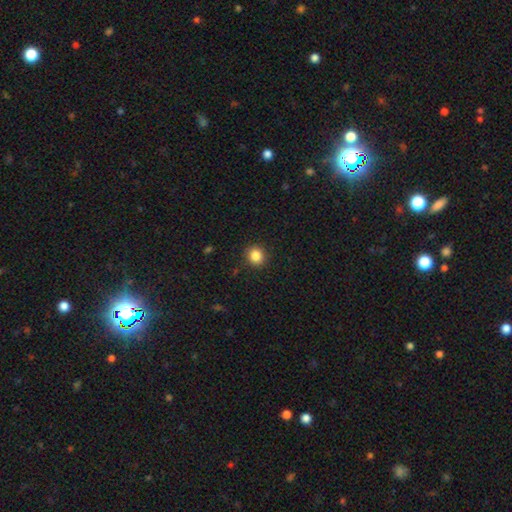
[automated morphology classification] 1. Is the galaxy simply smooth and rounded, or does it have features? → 85% smooth, 10% star or artifact, 5% featured or disk.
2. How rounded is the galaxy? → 86% round, 13% in between, 1% cigar-shaped.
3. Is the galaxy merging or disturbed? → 91% none, 6% minor disturbance, 2% major disturbance, 1% merger.